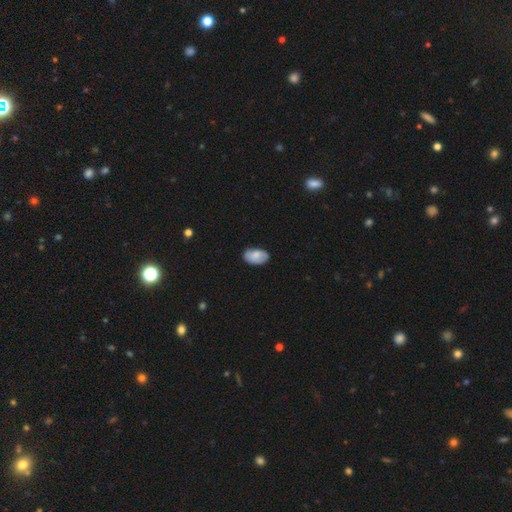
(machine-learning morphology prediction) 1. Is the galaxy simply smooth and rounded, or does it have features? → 77% smooth, 17% featured or disk, 7% star or artifact.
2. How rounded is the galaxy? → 94% in between, 5% round, 1% cigar-shaped.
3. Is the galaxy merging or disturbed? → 77% none, 19% minor disturbance, 3% major disturbance, 1% merger.